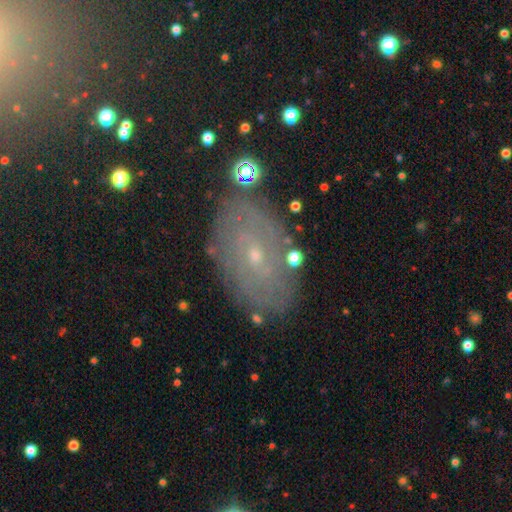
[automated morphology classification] Smooth or featured?
  - featured or disk: 73% *
  - smooth: 17%
  - star or artifact: 10%
Edge-on disk?
  - no: 95% *
  - yes: 5%
Bar?
  - no: 62% *
  - weak: 32%
  - strong: 7%
Spiral arms?
  - yes: 80% *
  - no: 20%
Spiral winding?
  - tight: 76% *
  - medium: 18%
  - loose: 6%
Spiral arm count?
  - can't tell: 61% *
  - 2: 15%
  - 3: 7%
  - 4: 7%
  - more than 4: 6%
  - 1: 5%
Bulge size?
  - small: 79% *
  - moderate: 17%
  - none: 1%
  - large: 1%
  - dominant: 1%
Merging?
  - none: 80% *
  - minor disturbance: 14%
  - major disturbance: 4%
  - merger: 2%